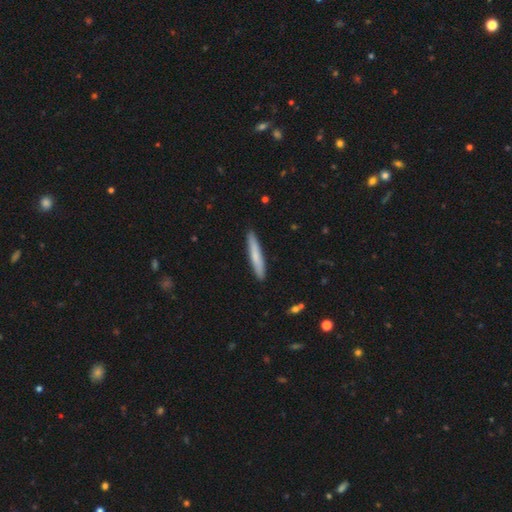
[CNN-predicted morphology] This is likely a smooth galaxy (72%). How rounded: clearly cigar-shaped (95%). Merging: clearly none (91%).